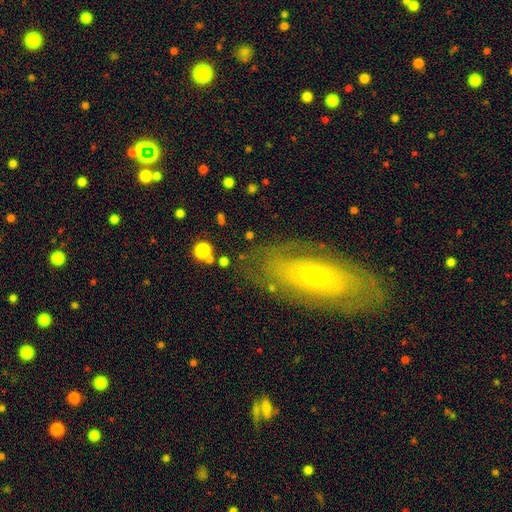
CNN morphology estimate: Smooth or featured? featured or disk (63%)
Edge-on disk? no (82%)
Bar? no (80%)
Spiral arms? yes (67%)
Bulge size? small (76%)
Merging? none (79%)